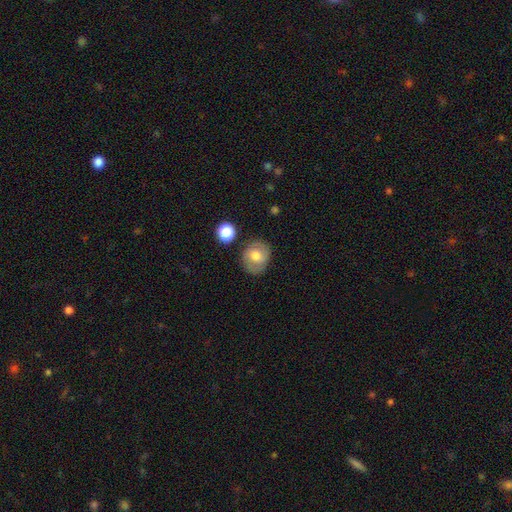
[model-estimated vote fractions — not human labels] Q: Smooth or featured?
A: smooth (58%); runner-up: featured or disk (34%)
Q: How rounded?
A: round (62%); runner-up: in between (37%)
Q: Merging?
A: none (78%); runner-up: minor disturbance (15%)